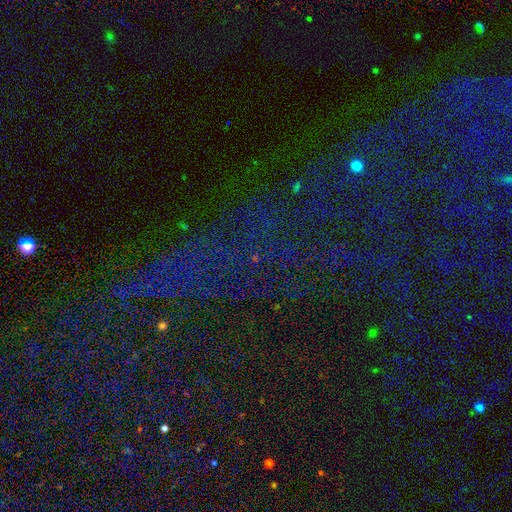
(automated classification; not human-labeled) This is likely a star or artifact rather than a galaxy (78%).